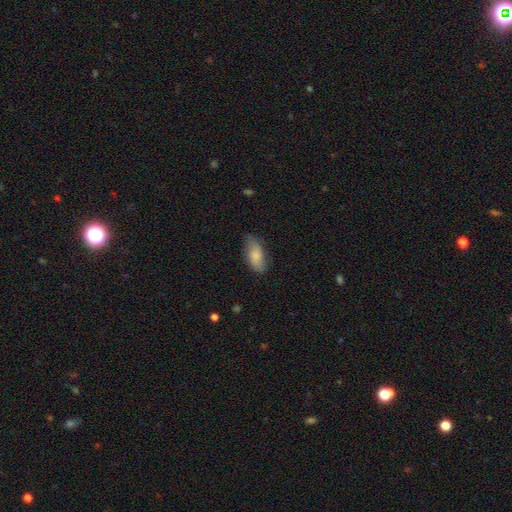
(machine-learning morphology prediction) This appears to be a smooth galaxy with no disk features (73%) that is in between round and cigar-shaped (90%). Merging: none (72%).